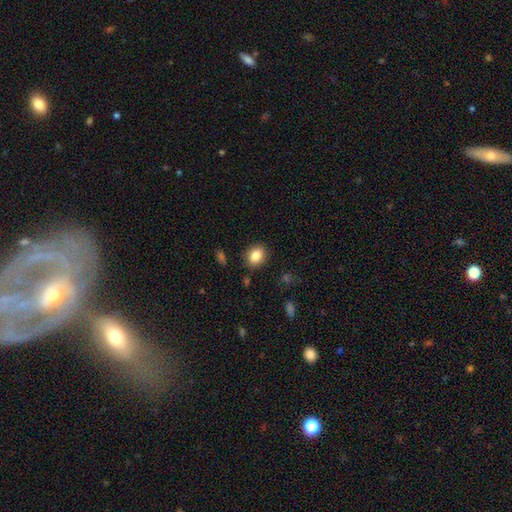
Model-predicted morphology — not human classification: Q: Smooth or featured?
A: smooth (84%); runner-up: star or artifact (9%)
Q: How rounded?
A: in between (53%); runner-up: round (46%)
Q: Merging?
A: none (86%); runner-up: minor disturbance (9%)